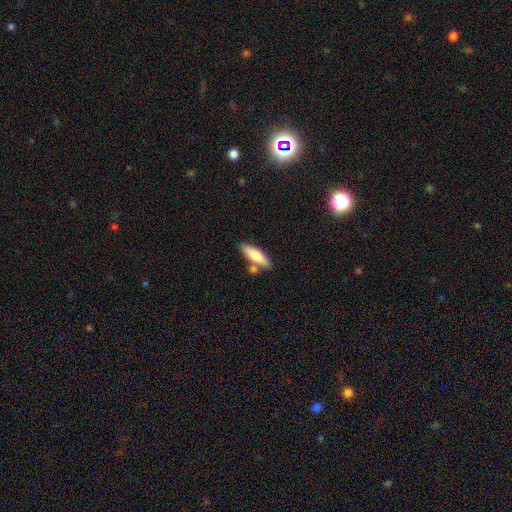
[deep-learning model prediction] smooth 78%, featured or disk 17%, star or artifact 6%. Down the decision tree: how rounded — cigar-shaped (51%); merging — none (70%).